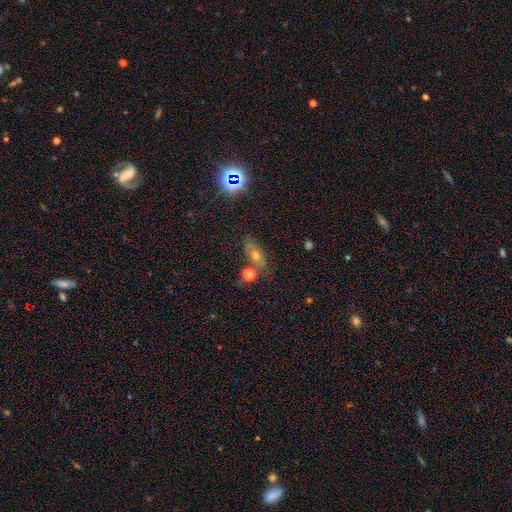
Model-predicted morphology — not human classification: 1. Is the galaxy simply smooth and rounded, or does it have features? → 49% smooth, 26% featured or disk, 25% star or artifact.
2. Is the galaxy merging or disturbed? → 65% none, 16% minor disturbance, 13% merger, 6% major disturbance.